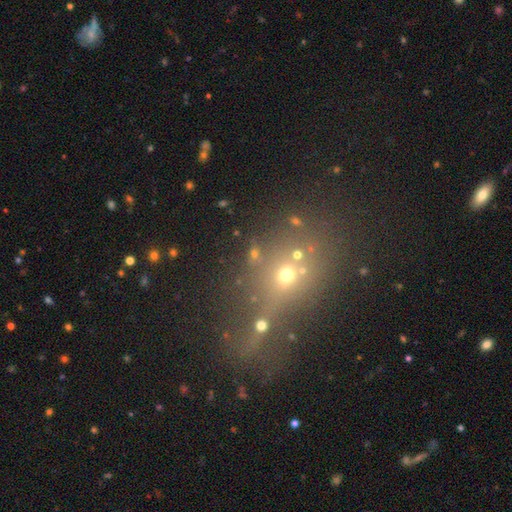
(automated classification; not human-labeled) Q: Smooth or featured?
A: smooth (44%); runner-up: star or artifact (39%)
Q: Merging?
A: none (48%); runner-up: merger (32%)